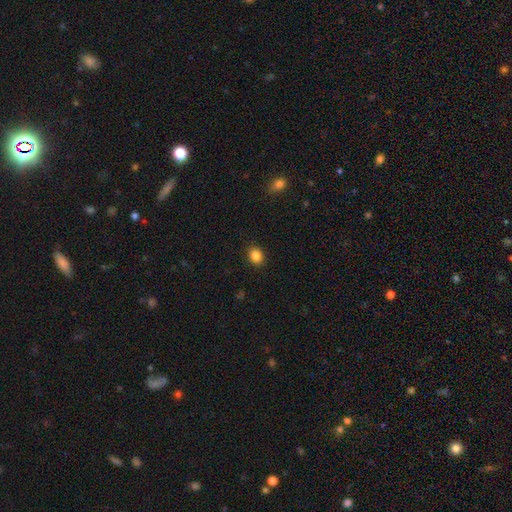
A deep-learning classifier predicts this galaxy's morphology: This appears to be a smooth galaxy with no disk features (86%) that is round (54%). Merging: none (89%).